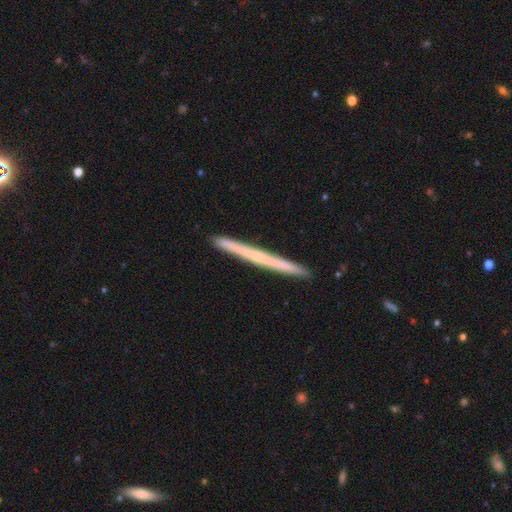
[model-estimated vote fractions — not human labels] Smooth or featured? Predicted: featured or disk (p=0.56). Edge-on disk? Predicted: yes (p=0.98). Edge-on bulge? Predicted: none (p=0.79). Merging? Predicted: none (p=0.93).